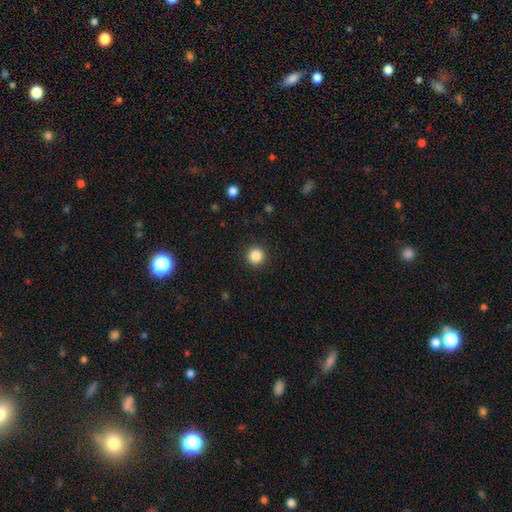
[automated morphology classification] This is clearly a smooth galaxy (86%). How rounded: clearly round (95%). Merging: clearly none (92%).